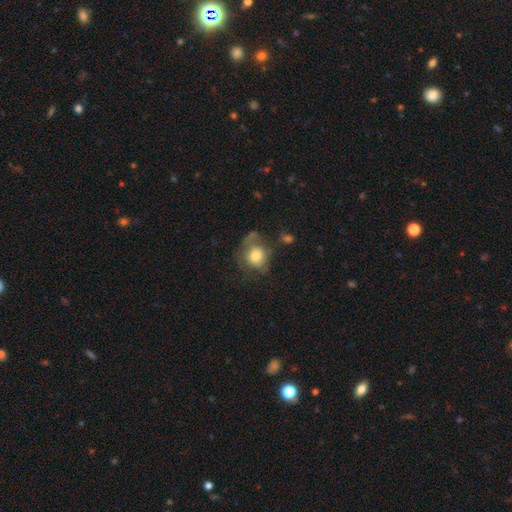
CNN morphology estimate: smooth_or_featured: smooth (p=0.68) [alt: featured or disk p=0.23]
how_rounded: round (p=0.70) [alt: in between p=0.29]
merging: none (p=0.42) [alt: minor disturbance p=0.27]